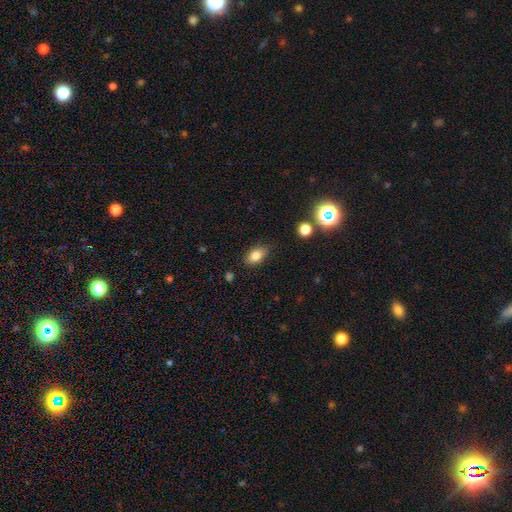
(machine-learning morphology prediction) A smooth galaxy with no disk features (81%) that is in between round and cigar-shaped (85%). Merging: none (85%).